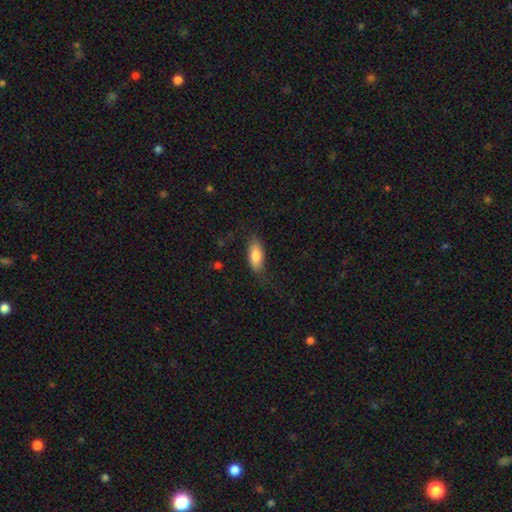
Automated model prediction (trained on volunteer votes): A smooth galaxy with no disk features (82%) that is in between round and cigar-shaped (81%). Merging: none (78%).